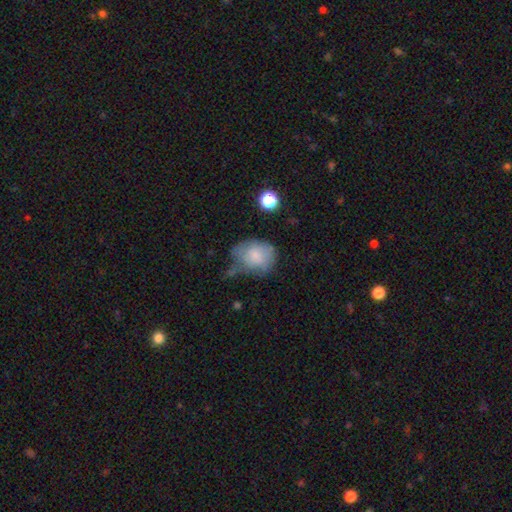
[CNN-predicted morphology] Smooth or featured? Predicted: smooth (p=0.75). How rounded? Predicted: in between (p=0.54). Merging? Predicted: none (p=0.40).